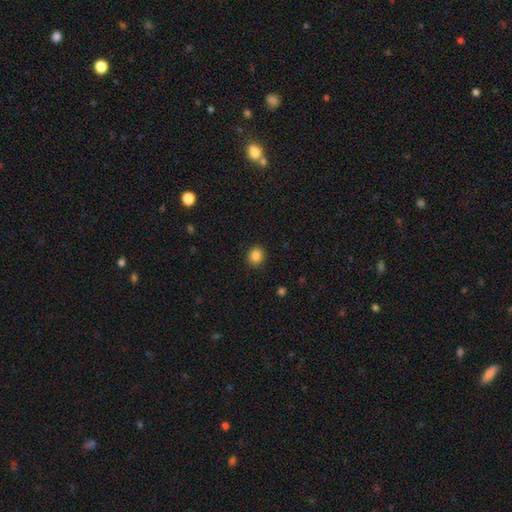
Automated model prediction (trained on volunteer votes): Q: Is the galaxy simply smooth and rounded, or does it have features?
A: smooth — 85%.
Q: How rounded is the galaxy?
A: round — 81%.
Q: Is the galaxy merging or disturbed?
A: none — 91%.